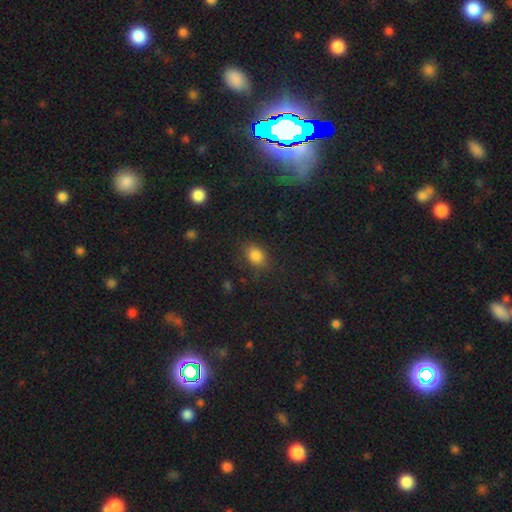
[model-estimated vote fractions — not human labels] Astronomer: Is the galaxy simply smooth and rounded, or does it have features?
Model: smooth — 82%.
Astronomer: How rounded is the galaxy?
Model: in between — 68%.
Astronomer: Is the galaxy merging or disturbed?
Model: none — 79%.